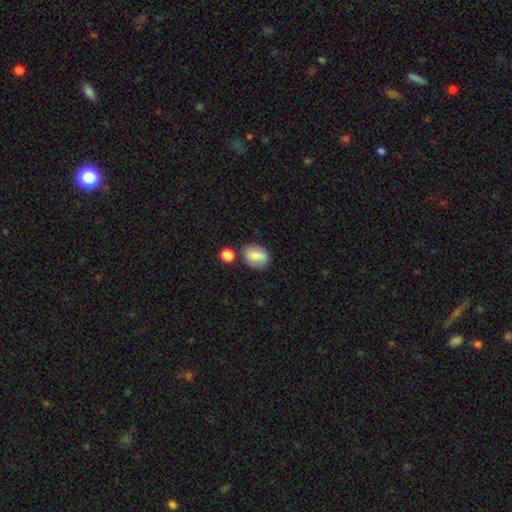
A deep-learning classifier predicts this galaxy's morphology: Smooth or featured?
  - smooth: 77% *
  - featured or disk: 15%
  - star or artifact: 8%
How rounded?
  - in between: 72% *
  - round: 26%
  - cigar-shaped: 2%
Merging?
  - none: 73% *
  - minor disturbance: 14%
  - merger: 9%
  - major disturbance: 4%